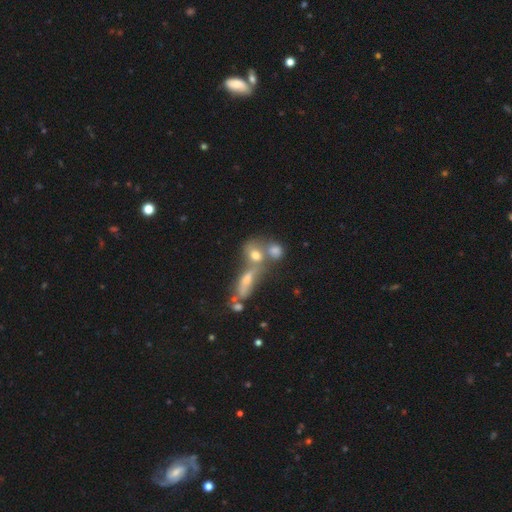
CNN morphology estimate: The model was most divided on "how rounded": in between: 49%, round: 33%, cigar-shaped: 18%. More confident: merging — merger (55%); smooth or featured — smooth (54%).